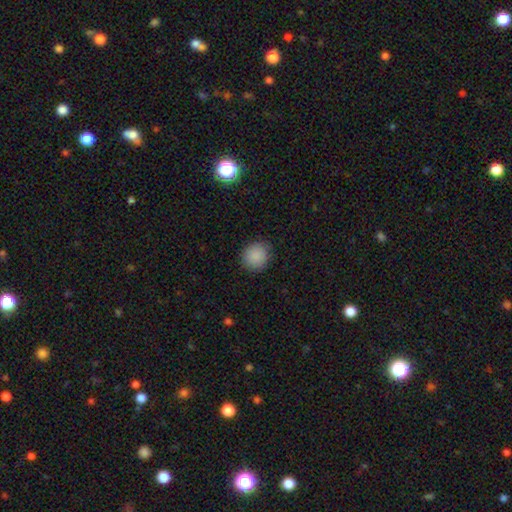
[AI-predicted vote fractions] A smooth galaxy with no disk features (89%) that is round (83%). Merging: none (85%).